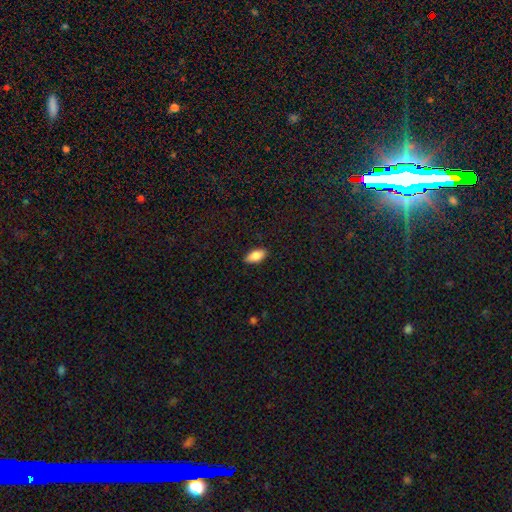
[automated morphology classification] A smooth galaxy with no disk features (87%) that is in between round and cigar-shaped (90%). Merging: none (87%).